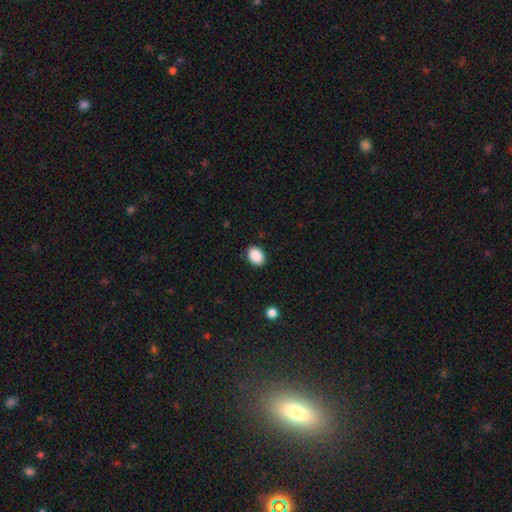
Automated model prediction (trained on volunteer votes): Smooth or featured: smooth — 89% (star or artifact — 8%)
How rounded: in between — 73% (round — 26%)
Merging: none — 89% (minor disturbance — 8%)